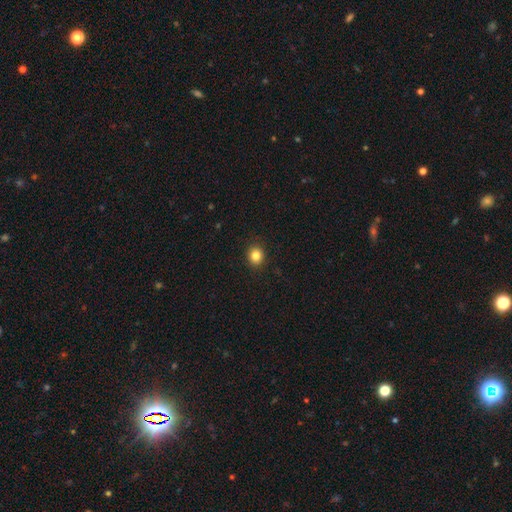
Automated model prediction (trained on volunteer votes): Morphology: type=smooth (83%); roundness=round (76%); merging=none (91%).